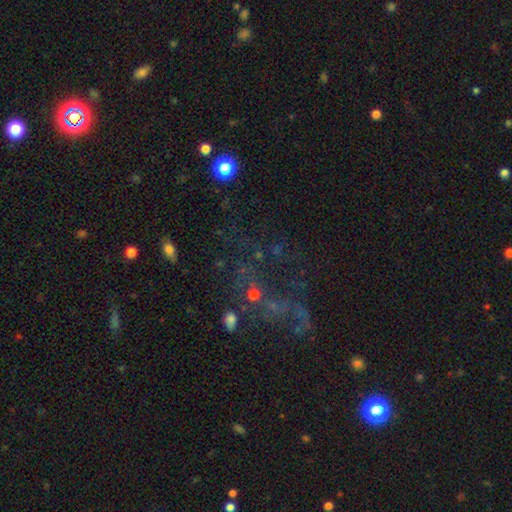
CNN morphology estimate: Smooth or featured: star or artifact — 52% (featured or disk — 28%)